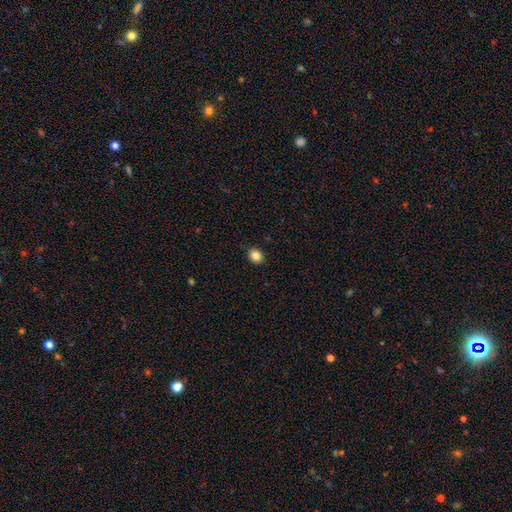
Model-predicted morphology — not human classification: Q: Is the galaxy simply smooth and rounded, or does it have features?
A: smooth — 84%.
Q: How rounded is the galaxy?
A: round — 57%.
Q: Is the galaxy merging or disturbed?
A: none — 88%.